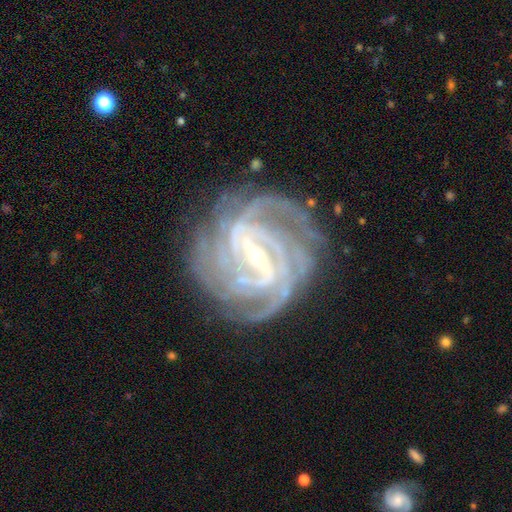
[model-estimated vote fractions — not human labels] A featured or disk galaxy (92%) with a strong bar (64%), 4 (38%) tight (74%) spiral arms (98%) and a small central bulge (68%).

Vote fractions:
- Smooth or featured? featured or disk: 92% / star or artifact: 5% / smooth: 3%
- Edge-on disk? no: 97% / yes: 3%
- Bar? strong: 64% / weak: 29% / no: 7%
- Spiral arms? yes: 98% / no: 2%
- Spiral winding? tight: 74% / medium: 23% / loose: 3%
- Spiral arm count? 4: 38% / 3: 18% / can't tell: 14% / more than 4: 12% / 2: 11% / 1: 7%
- Bulge size? small: 68% / moderate: 28% / none: 2% / large: 2% / dominant: 1%
- Merging? none: 78% / minor disturbance: 14% / major disturbance: 6% / merger: 1%